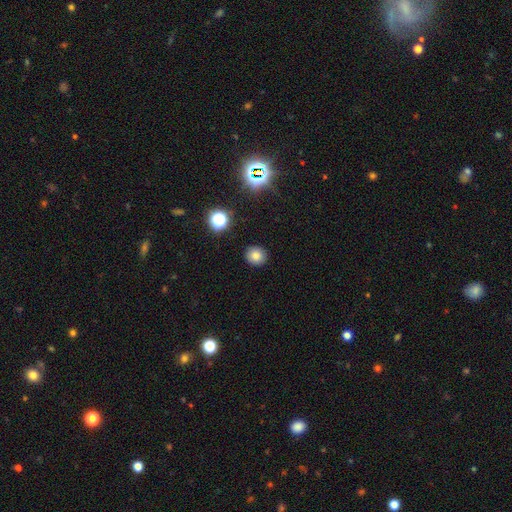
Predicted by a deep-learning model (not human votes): A smooth galaxy with no disk features (79%) that is round (82%). Merging: none (90%).